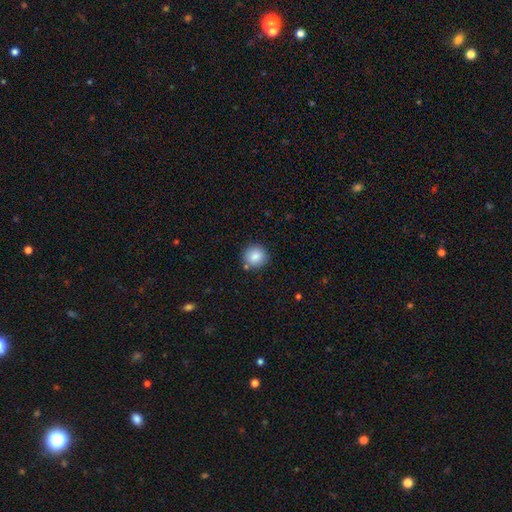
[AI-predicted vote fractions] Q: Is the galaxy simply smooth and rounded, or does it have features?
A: smooth — 86%.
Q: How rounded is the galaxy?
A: round — 91%.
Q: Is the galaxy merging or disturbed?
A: none — 84%.